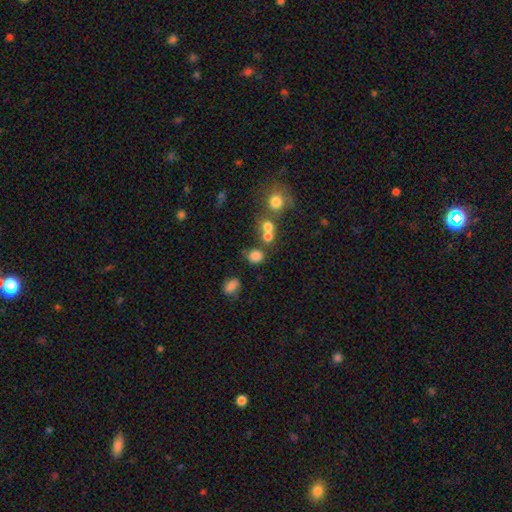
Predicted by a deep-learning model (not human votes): A smooth galaxy with no disk features (77%) that is round (78%). Merging: none (56%).